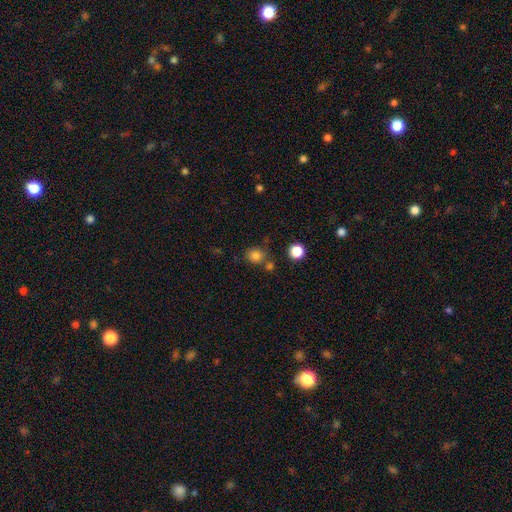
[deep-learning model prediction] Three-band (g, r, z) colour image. It shows a smooth galaxy with no disk features (81%) that is round (81%). Merging: none (69%).